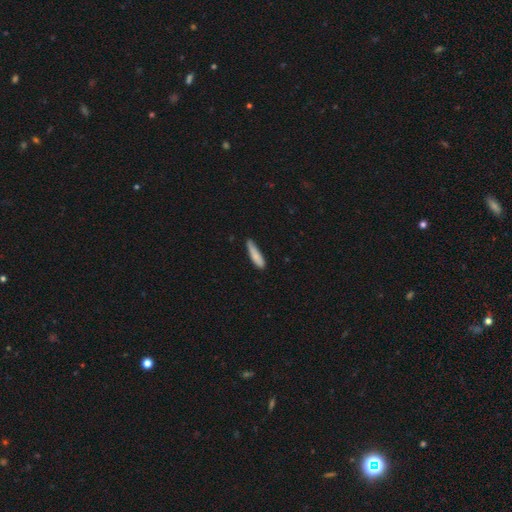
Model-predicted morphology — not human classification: smooth-or-featured: smooth: 82% | featured or disk: 12% | star or artifact: 6%
  how-rounded: cigar-shaped: 82% | in between: 16% | round: 1%
  merging: none: 71% | minor disturbance: 23% | major disturbance: 3% | merger: 2%